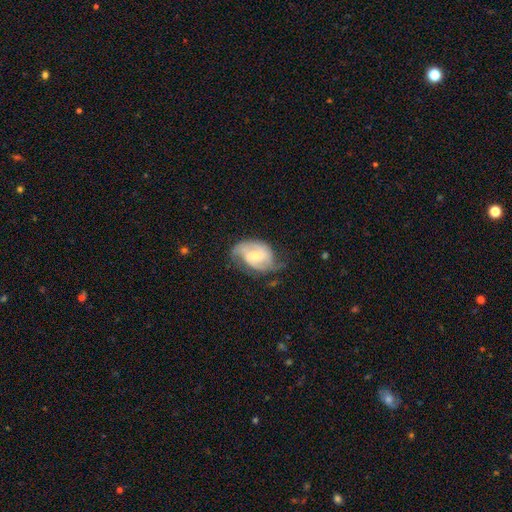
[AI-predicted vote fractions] Overall: featured or disk (76%). Edge-on disk: no (97%). Bar: weak (47%; no 40%). Spiral arms: yes (93%). Spiral arm count: 2 (75%). Spiral winding: medium (48%; tight 28%). Bulge size: small (45%, tied with moderate). Merging: none (56%; minor disturbance 28%).